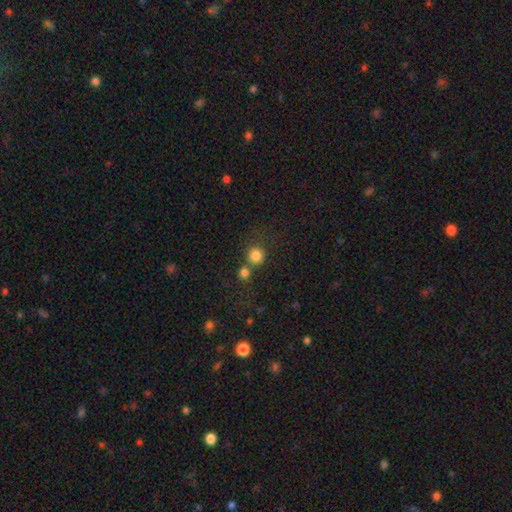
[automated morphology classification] This is clearly a smooth galaxy (82%). How rounded: clearly round (91%). Merging: likely none (61%).